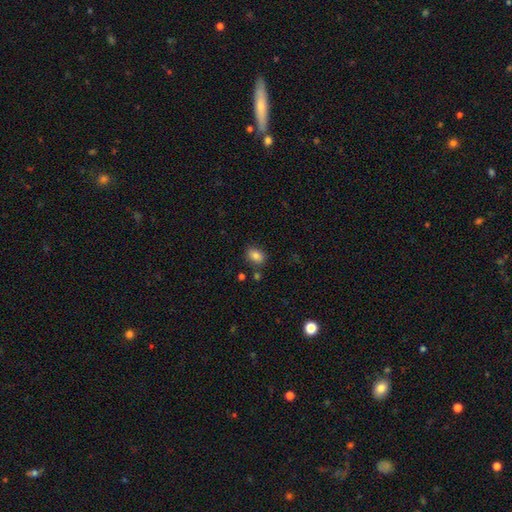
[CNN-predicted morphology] A smooth galaxy with no disk features (82%) that is in between round and cigar-shaped (75%).

Vote fractions:
- Smooth or featured? smooth: 82% / star or artifact: 10% / featured or disk: 8%
- How rounded? in between: 75% / round: 24% / cigar-shaped: 1%
- Merging? none: 79% / minor disturbance: 13% / merger: 6% / major disturbance: 3%